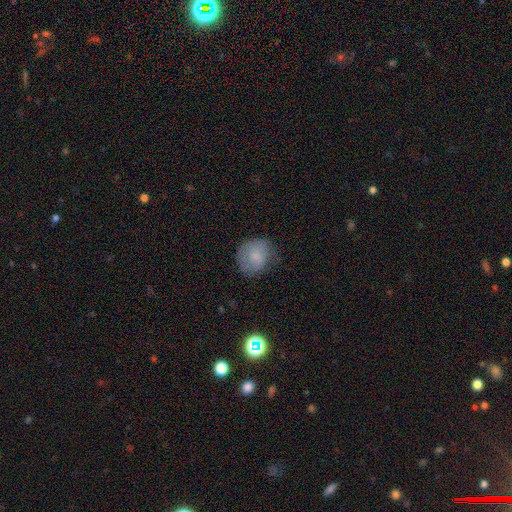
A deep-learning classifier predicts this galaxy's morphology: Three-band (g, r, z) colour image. It shows a smooth galaxy with no disk features (76%) that is round (78%). Merging: none (60%).